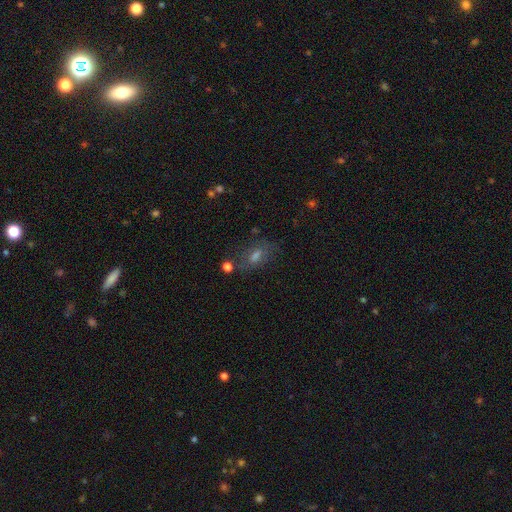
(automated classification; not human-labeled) Smooth or featured? smooth (51%)
How rounded? in between (77%)
Merging? none (67%)